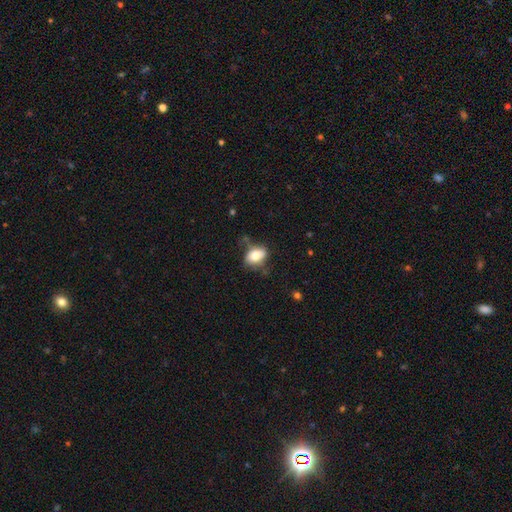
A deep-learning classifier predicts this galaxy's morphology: smooth-or-featured: smooth: 75% | featured or disk: 17% | star or artifact: 8%
  how-rounded: in between: 78% | round: 20% | cigar-shaped: 2%
  merging: none: 57% | minor disturbance: 27% | major disturbance: 10% | merger: 6%